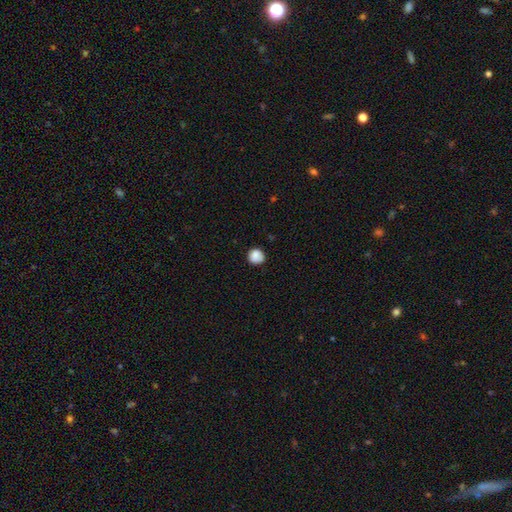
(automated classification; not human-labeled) A smooth galaxy with no disk features (86%) that is round (91%). Merging: none (83%).